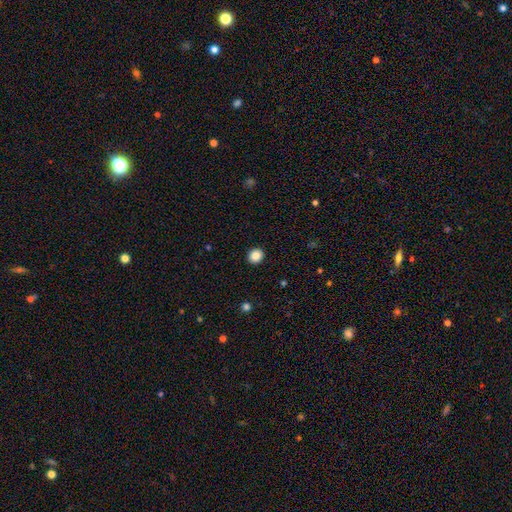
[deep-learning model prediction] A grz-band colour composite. It shows a smooth galaxy with no disk features (86%) that is round (87%). Merging: none (93%).